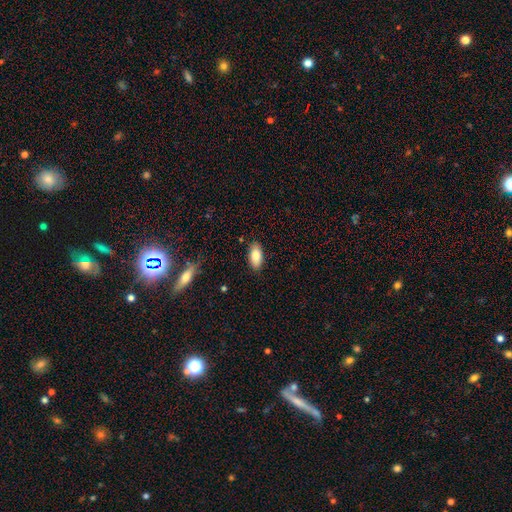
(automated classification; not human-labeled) This is clearly a smooth galaxy (83%). How rounded: clearly in between (91%). Merging: clearly none (85%).